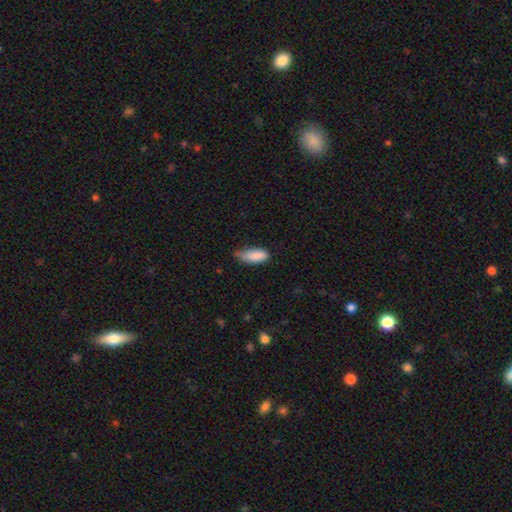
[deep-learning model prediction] A smooth galaxy with no disk features (87%) that is in between round and cigar-shaped (84%).

Vote fractions:
- Smooth or featured? smooth: 87% / star or artifact: 7% / featured or disk: 6%
- How rounded? in between: 84% / cigar-shaped: 14% / round: 2%
- Merging? minor disturbance: 46% / none: 43% / major disturbance: 9% / merger: 2%